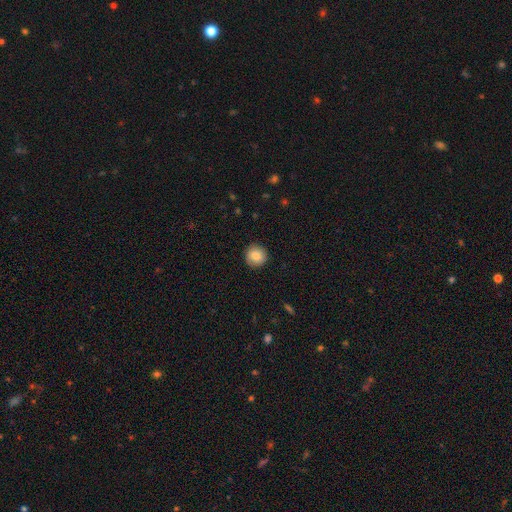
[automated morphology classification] smooth-or-featured: smooth: 83% | featured or disk: 9% | star or artifact: 8%
  how-rounded: round: 94% | in between: 5% | cigar-shaped: 1%
  merging: none: 91% | minor disturbance: 6% | major disturbance: 2% | merger: 1%